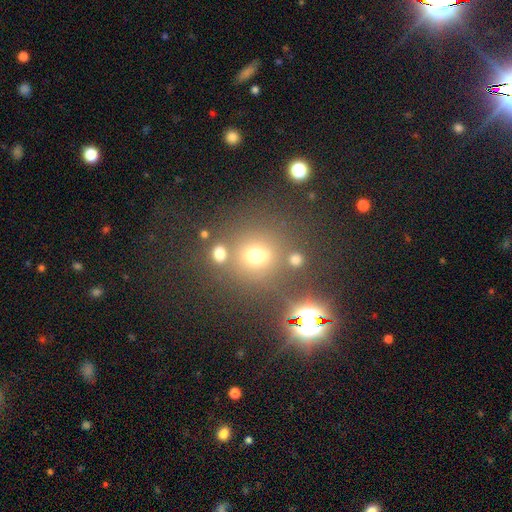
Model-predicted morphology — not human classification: smooth_or_featured: smooth (p=0.57) [alt: star or artifact p=0.32]
how_rounded: round (p=0.85) [alt: in between p=0.14]
merging: none (p=0.71) [alt: merger p=0.14]